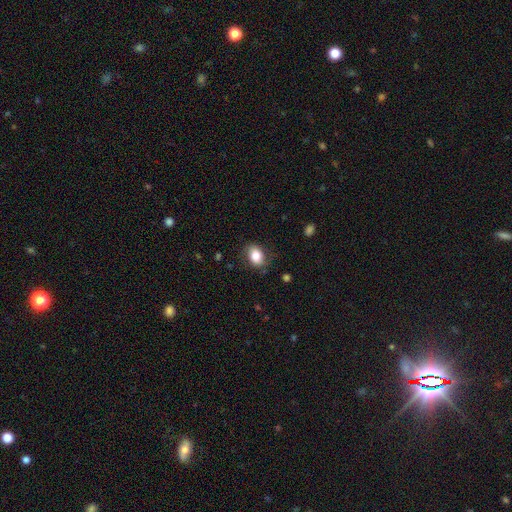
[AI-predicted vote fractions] Q: Smooth or featured?
A: smooth (80%); runner-up: featured or disk (12%)
Q: How rounded?
A: in between (72%); runner-up: round (27%)
Q: Merging?
A: none (78%); runner-up: minor disturbance (16%)